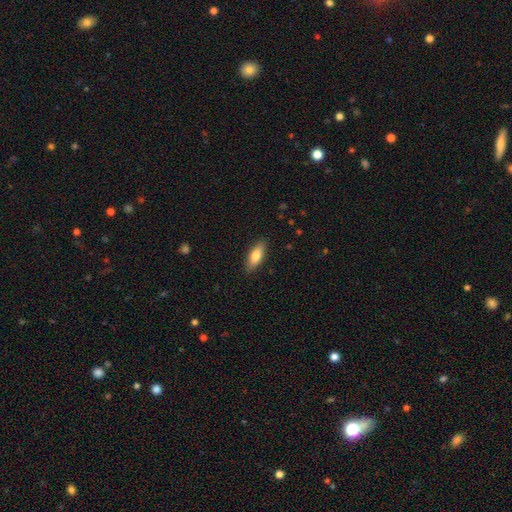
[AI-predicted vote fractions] Morphology: type=smooth (76%); roundness=in between (67%); merging=none (88%).